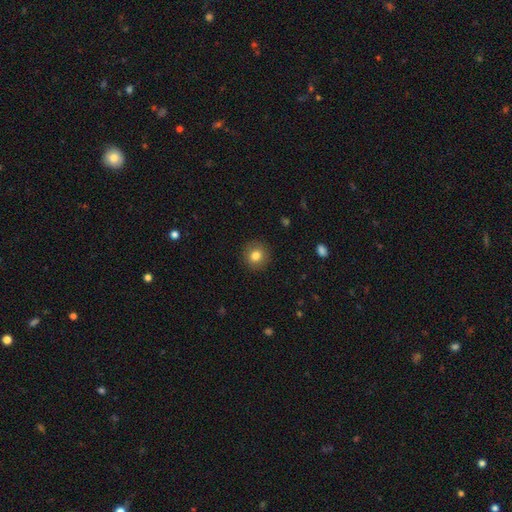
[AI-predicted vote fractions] Smooth or featured? smooth (82%)
How rounded? round (90%)
Merging? none (90%)